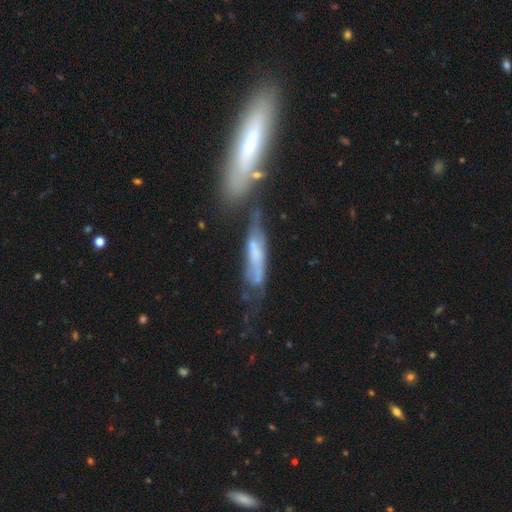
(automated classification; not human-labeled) The model was most divided on "edge-on disk": no: 51%, yes: 49%. Remaining: smooth or featured — featured or disk (53%); merging — merger (33%).